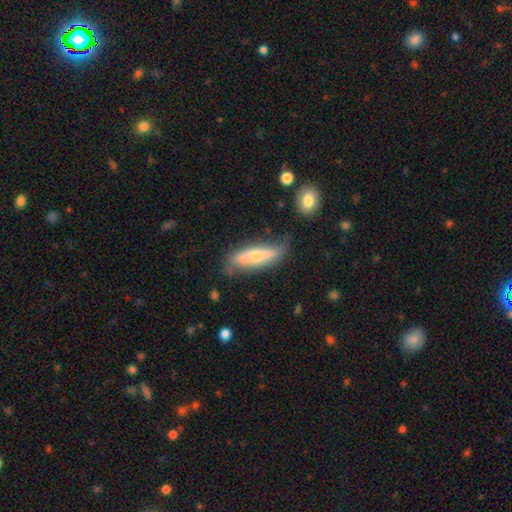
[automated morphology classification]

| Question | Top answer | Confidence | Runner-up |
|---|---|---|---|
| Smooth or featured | smooth | 51% | featured or disk (42%) |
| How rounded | cigar-shaped | 66% | in between (32%) |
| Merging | none | 69% | minor disturbance (22%) |